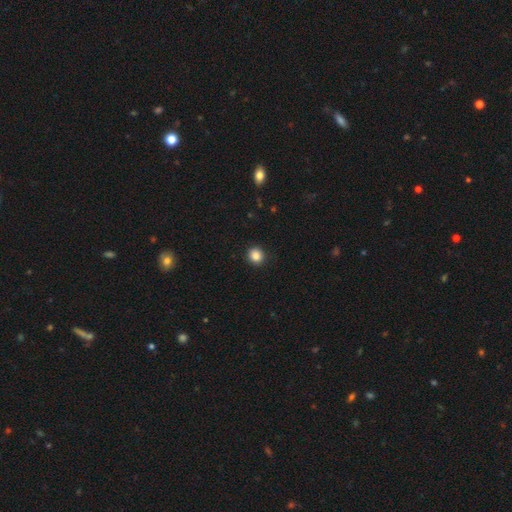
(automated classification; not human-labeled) Smooth or featured? smooth (86%)
How rounded? round (90%)
Merging? none (92%)